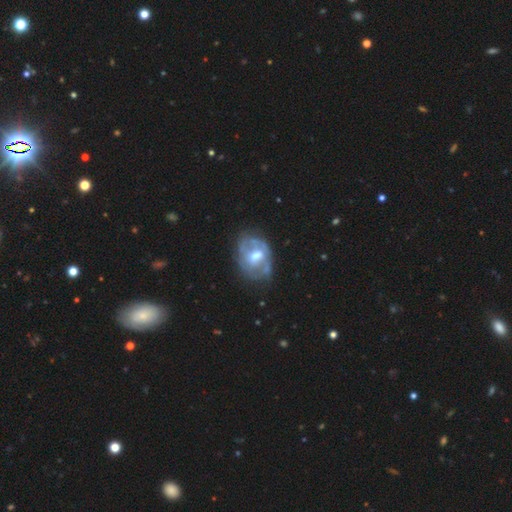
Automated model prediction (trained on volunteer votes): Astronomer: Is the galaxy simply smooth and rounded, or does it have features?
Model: featured or disk — 65%.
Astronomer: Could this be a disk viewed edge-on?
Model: no — 96%.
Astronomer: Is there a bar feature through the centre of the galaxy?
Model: no — 47% (runner-up: weak, 41%).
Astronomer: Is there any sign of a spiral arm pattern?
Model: no — 54% (runner-up: yes, 46%).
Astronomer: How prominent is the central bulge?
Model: moderate — 64%.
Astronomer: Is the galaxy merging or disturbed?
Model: none — 57%.